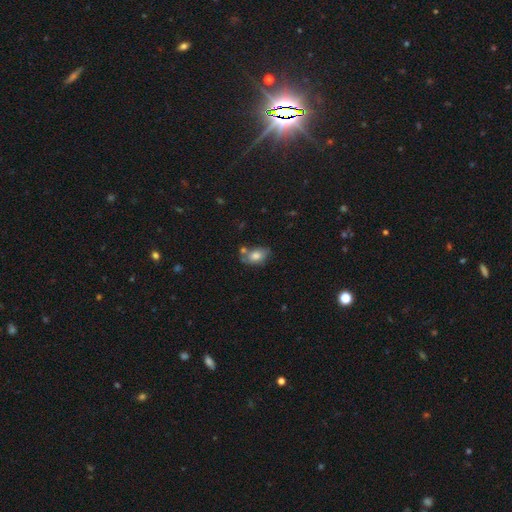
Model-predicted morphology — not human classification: type=smooth (77%); roundness=in between (81%); merging=none (49%).